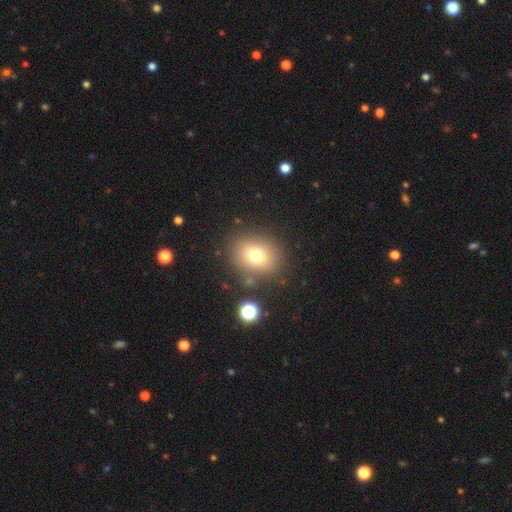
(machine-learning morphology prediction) type=smooth (73%); roundness=round (64%); merging=none (81%).